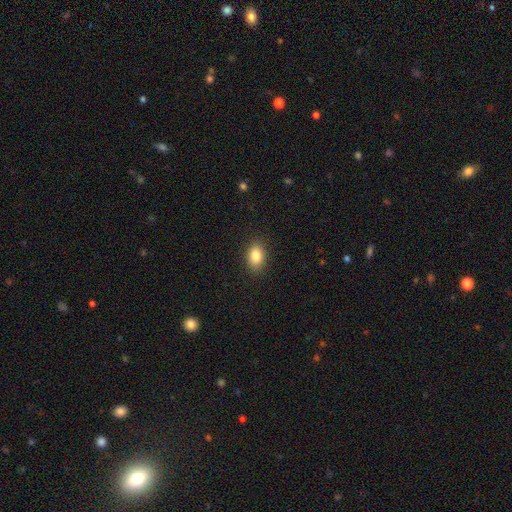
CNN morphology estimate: A smooth galaxy with no disk features (85%) that is in between round and cigar-shaped (83%). Merging: none (88%).